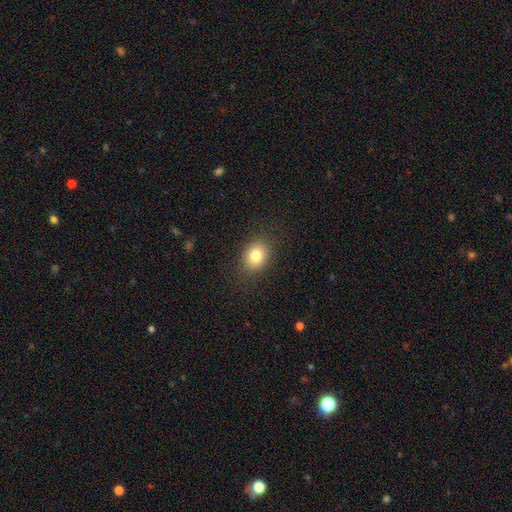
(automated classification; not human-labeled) This is clearly a smooth galaxy (80%). How rounded: possibly in between (56%). Merging: clearly none (86%).